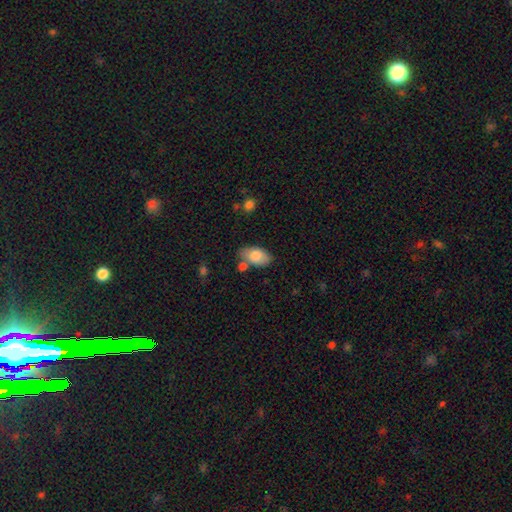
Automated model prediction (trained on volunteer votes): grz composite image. It shows a smooth galaxy with no disk features (78%) that is in between round and cigar-shaped (93%). Merging: none (62%).